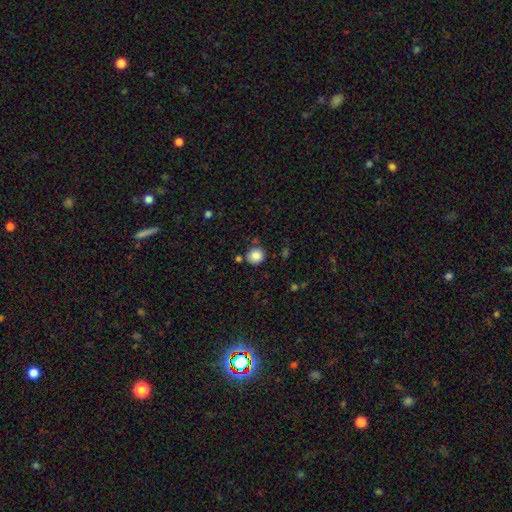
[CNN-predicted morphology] smooth-or-featured: smooth: 85% | star or artifact: 10% | featured or disk: 5%
  how-rounded: round: 88% | in between: 11% | cigar-shaped: 1%
  merging: none: 81% | minor disturbance: 10% | merger: 6% | major disturbance: 3%